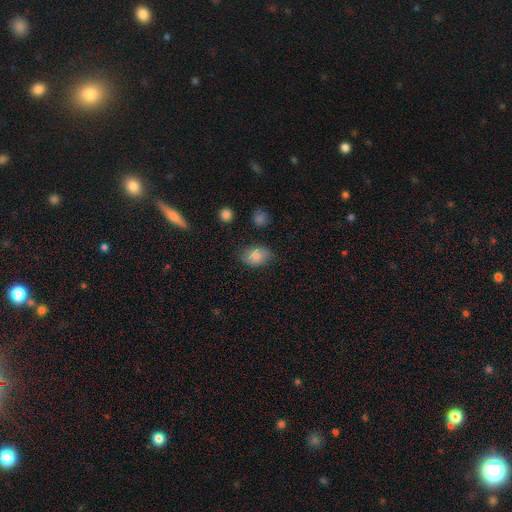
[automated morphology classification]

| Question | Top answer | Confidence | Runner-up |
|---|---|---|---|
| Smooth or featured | smooth | 81% | featured or disk (11%) |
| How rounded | in between | 75% | round (24%) |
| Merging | none | 74% | minor disturbance (19%) |